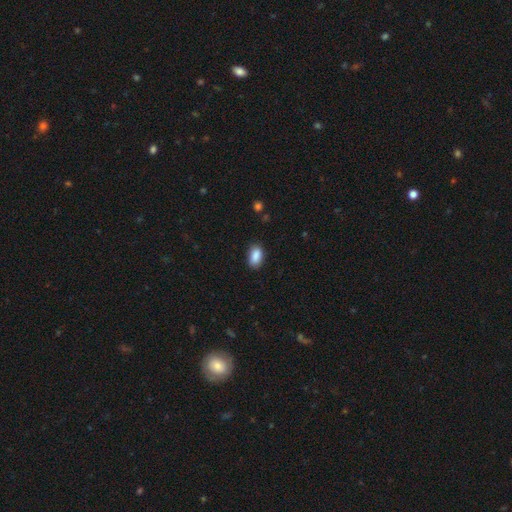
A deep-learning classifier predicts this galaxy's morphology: Q: Smooth or featured?
A: smooth (88%); runner-up: star or artifact (8%)
Q: How rounded?
A: in between (91%); runner-up: round (6%)
Q: Merging?
A: none (83%); runner-up: minor disturbance (13%)